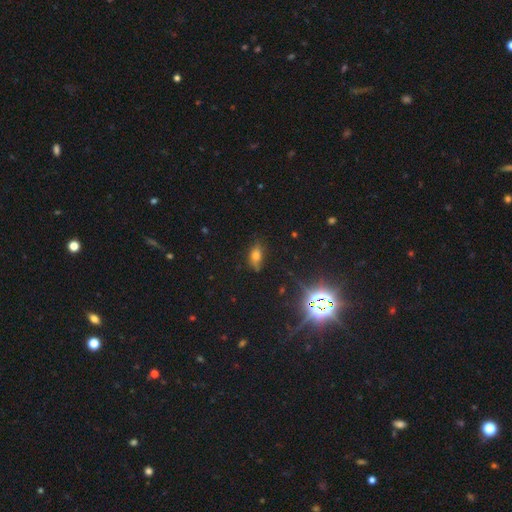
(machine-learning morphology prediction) A smooth galaxy with no disk features (63%) that is in between round and cigar-shaped (83%).

Vote fractions:
- Smooth or featured? smooth: 63% / star or artifact: 21% / featured or disk: 16%
- How rounded? in between: 83% / round: 9% / cigar-shaped: 9%
- Merging? none: 67% / minor disturbance: 24% / major disturbance: 7% / merger: 2%